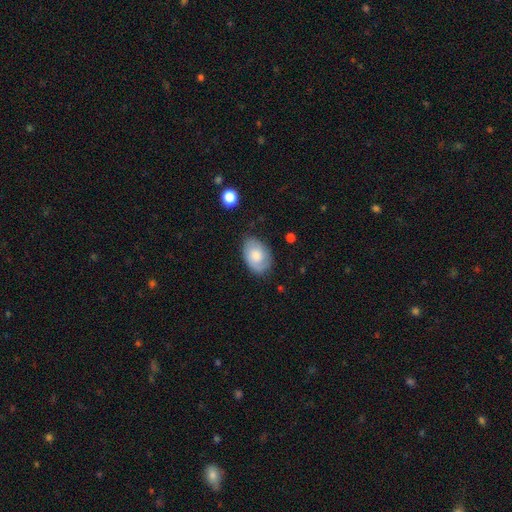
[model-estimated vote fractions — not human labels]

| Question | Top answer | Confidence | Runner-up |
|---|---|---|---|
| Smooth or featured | smooth | 62% | featured or disk (32%) |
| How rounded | in between | 85% | round (14%) |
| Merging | none | 75% | minor disturbance (19%) |